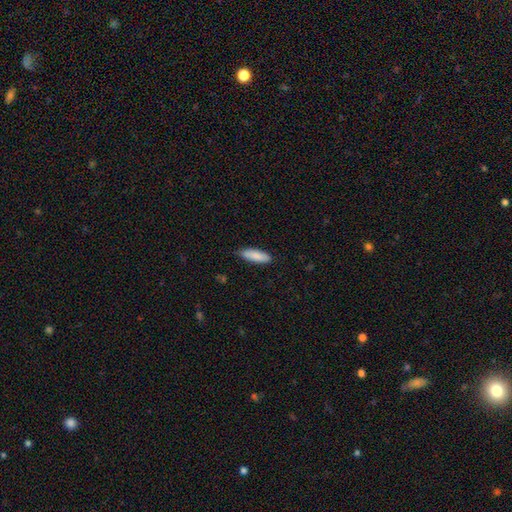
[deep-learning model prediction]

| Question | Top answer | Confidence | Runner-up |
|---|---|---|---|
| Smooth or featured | smooth | 86% | featured or disk (8%) |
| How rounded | in between | 50% | cigar-shaped (49%) |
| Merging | none | 81% | minor disturbance (16%) |